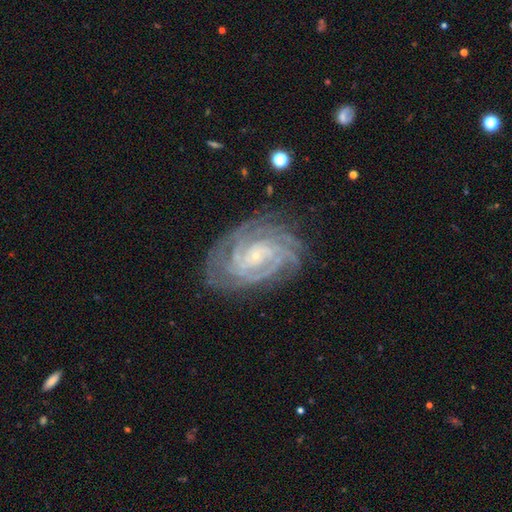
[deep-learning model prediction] The model was most divided on "spiral arm count": 4: 27%, 3: 20%, can't tell: 19%, 2: 14%, more than 4: 13%, 1: 7%. More confident: spiral arms — yes (98%); edge-on disk — no (97%); smooth or featured — featured or disk (90%); bulge size — small (82%); spiral winding — tight (79%); merging — none (77%); bar — no (61%).